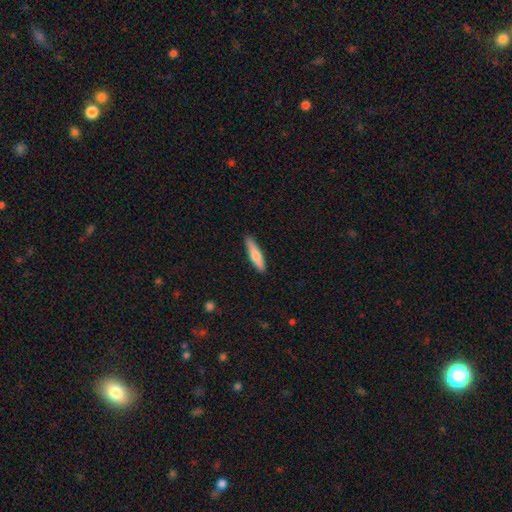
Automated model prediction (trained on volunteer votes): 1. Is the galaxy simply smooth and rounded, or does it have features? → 70% smooth, 25% featured or disk, 5% star or artifact.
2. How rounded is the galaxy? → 82% cigar-shaped, 16% in between, 2% round.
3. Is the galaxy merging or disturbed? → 88% none, 9% minor disturbance, 2% major disturbance, 1% merger.